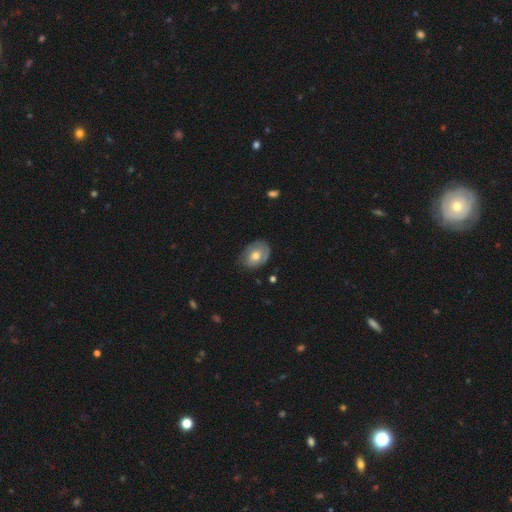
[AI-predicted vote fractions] Morphology: type=smooth (57%); roundness=in between (69%); merging=none (68%).